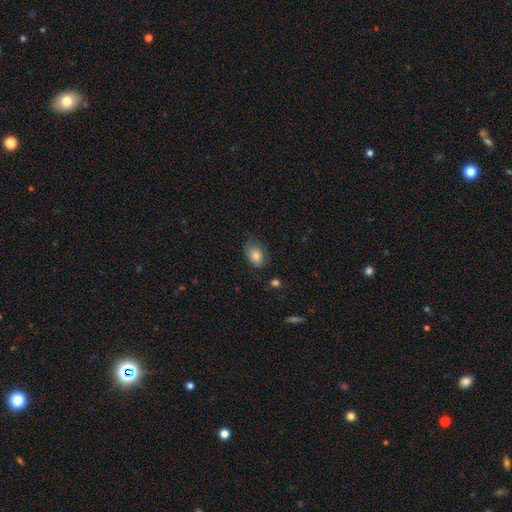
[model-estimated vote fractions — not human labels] The model was most divided on "merging": none: 61%, minor disturbance: 28%, major disturbance: 9%, merger: 2%. More confident: smooth or featured — smooth (80%); how rounded — in between (74%).